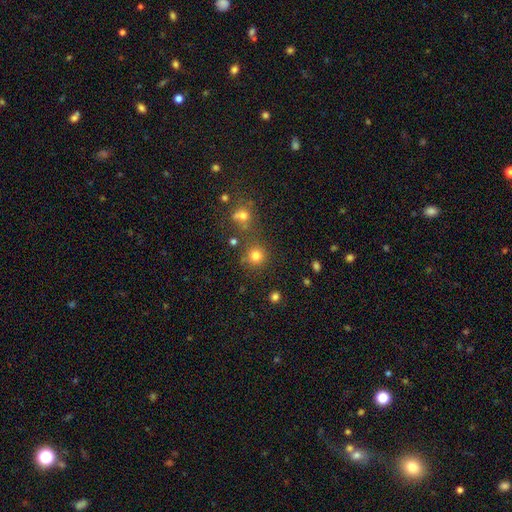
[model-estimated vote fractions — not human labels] smooth-or-featured: smooth: 78% | star or artifact: 15% | featured or disk: 6%
  how-rounded: round: 92% | in between: 7% | cigar-shaped: 1%
  merging: none: 75% | merger: 12% | minor disturbance: 8% | major disturbance: 4%